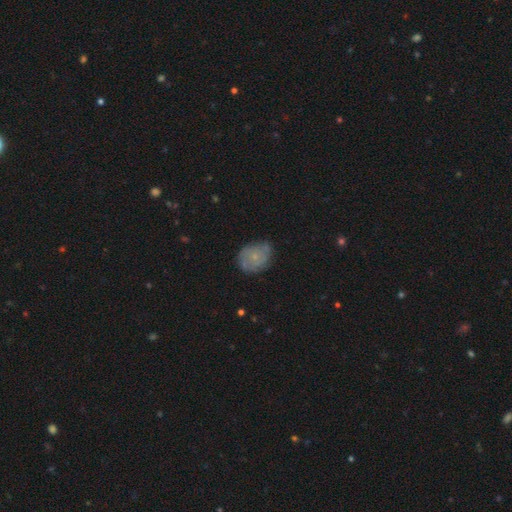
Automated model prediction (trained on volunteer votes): The model was most divided on "smooth or featured": featured or disk: 47%, smooth: 44%, star or artifact: 9%. More confident: merging — none (65%).